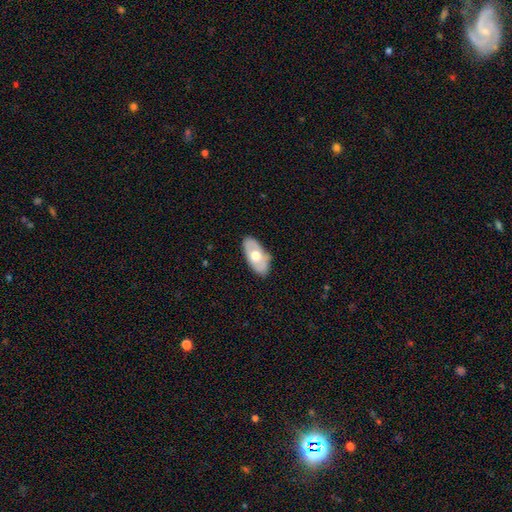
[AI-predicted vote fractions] Smooth or featured? Predicted: smooth (p=0.53). How rounded? Predicted: in between (p=0.93). Merging? Predicted: none (p=0.81).